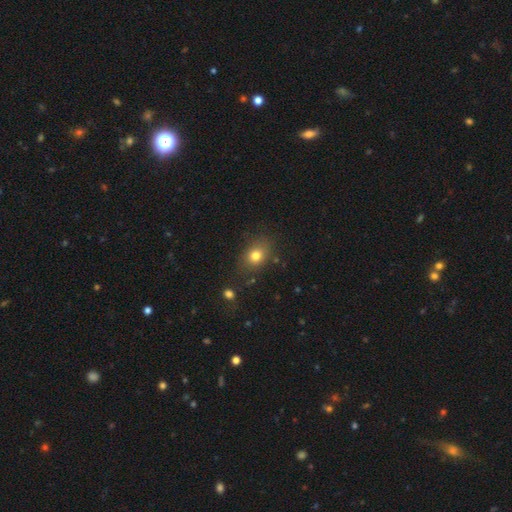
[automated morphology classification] type=smooth (77%); roundness=in between (57%); merging=none (76%).